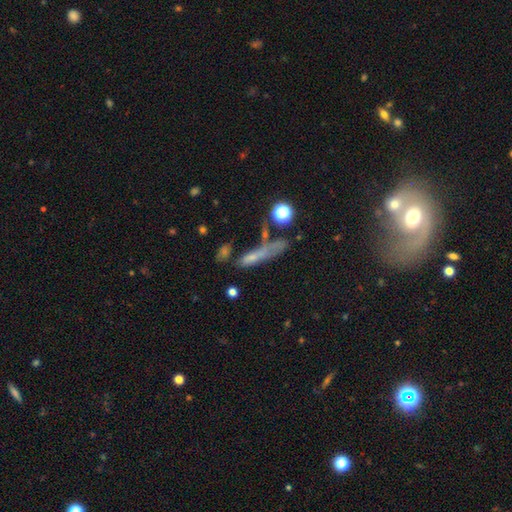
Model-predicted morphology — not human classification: Smooth or featured? smooth (52%)
How rounded? cigar-shaped (74%)
Merging? none (43%)